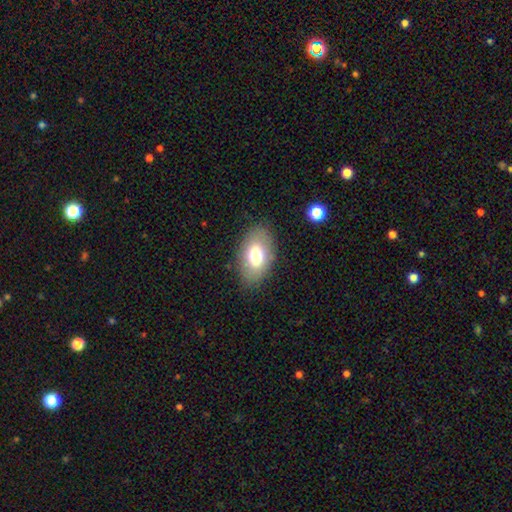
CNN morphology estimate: Smooth or featured? smooth (73%)
How rounded? in between (91%)
Merging? none (83%)